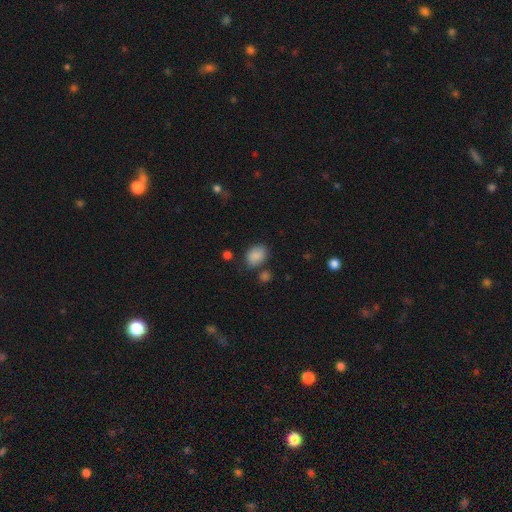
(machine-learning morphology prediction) A smooth galaxy with no disk features (87%) that is in between round and cigar-shaped (70%).

Vote fractions:
- Smooth or featured? smooth: 87% / star or artifact: 8% / featured or disk: 4%
- How rounded? in between: 70% / round: 29% / cigar-shaped: 1%
- Merging? none: 72% / minor disturbance: 16% / merger: 7% / major disturbance: 5%